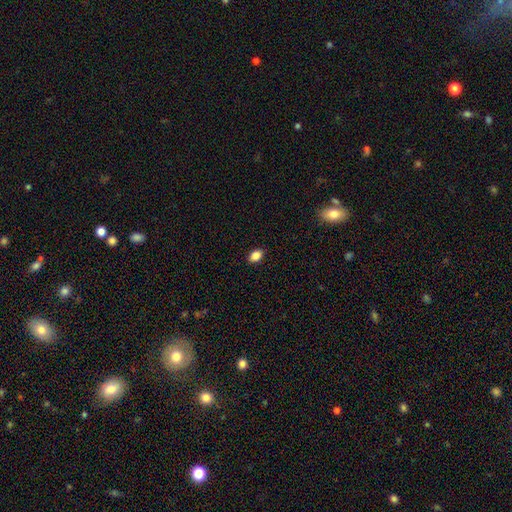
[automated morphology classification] This is clearly a smooth galaxy (86%). How rounded: clearly in between (83%). Merging: clearly none (89%).